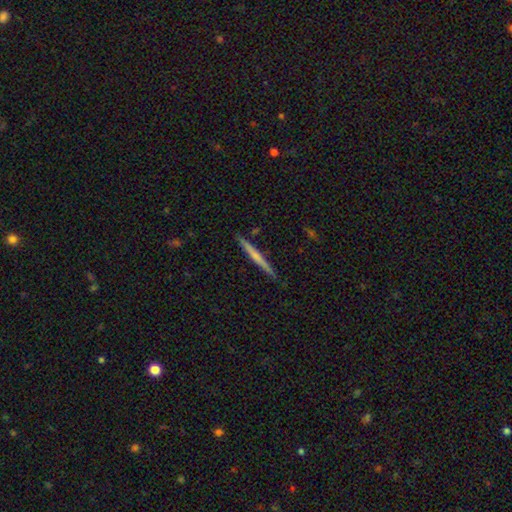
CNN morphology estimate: Q: Smooth or featured?
A: featured or disk (48%); runner-up: smooth (46%)
Q: Merging?
A: none (90%); runner-up: minor disturbance (8%)